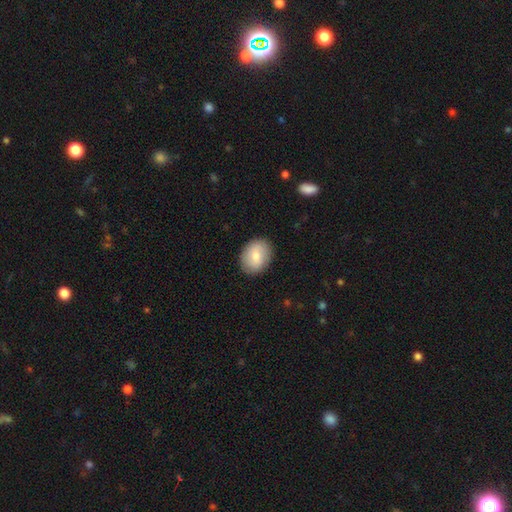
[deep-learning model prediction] A smooth galaxy with no disk features (73%) that is in between round and cigar-shaped (61%). Merging: none (87%).